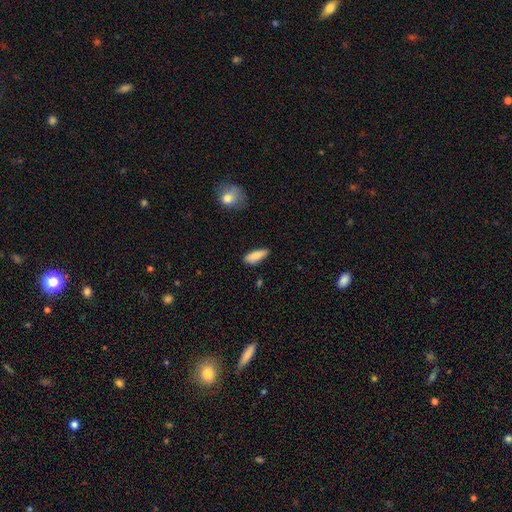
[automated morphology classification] A smooth galaxy with no disk features (80%) that is in between round and cigar-shaped (67%).

Vote fractions:
- Smooth or featured? smooth: 80% / featured or disk: 14% / star or artifact: 6%
- How rounded? in between: 67% / cigar-shaped: 30% / round: 2%
- Merging? none: 80% / minor disturbance: 15% / major disturbance: 3% / merger: 2%